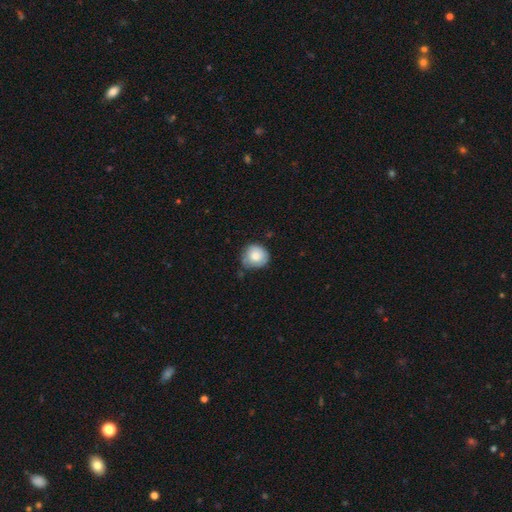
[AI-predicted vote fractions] smooth-or-featured: smooth: 74% | featured or disk: 19% | star or artifact: 7%
  how-rounded: round: 85% | in between: 14% | cigar-shaped: 1%
  merging: none: 64% | minor disturbance: 28% | major disturbance: 6% | merger: 3%